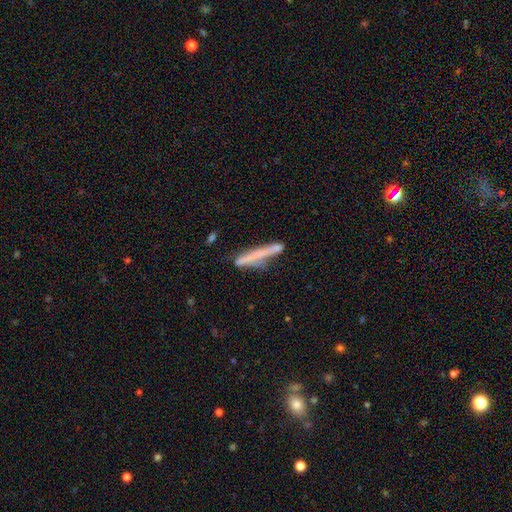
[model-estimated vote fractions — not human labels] Smooth or featured? Predicted: smooth (p=0.52). How rounded? Predicted: cigar-shaped (p=0.94). Merging? Predicted: none (p=0.60).